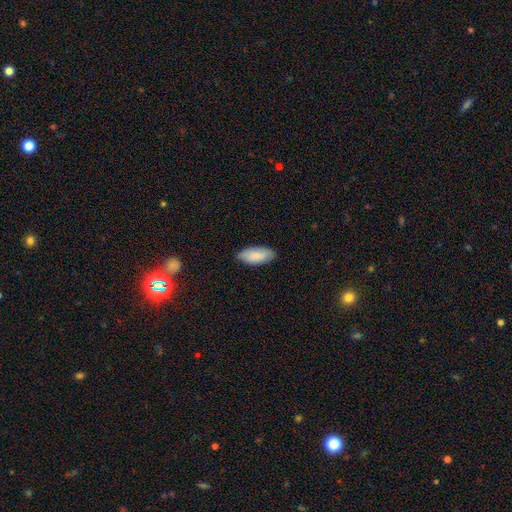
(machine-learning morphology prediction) This is clearly a smooth galaxy (87%). How rounded: clearly in between (85%). Merging: clearly none (85%).